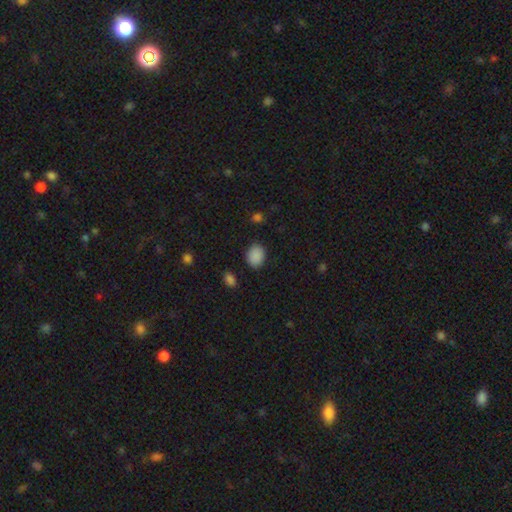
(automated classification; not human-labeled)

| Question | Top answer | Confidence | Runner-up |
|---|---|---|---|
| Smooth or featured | smooth | 88% | star or artifact (9%) |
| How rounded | in between | 52% | round (47%) |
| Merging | none | 85% | minor disturbance (11%) |